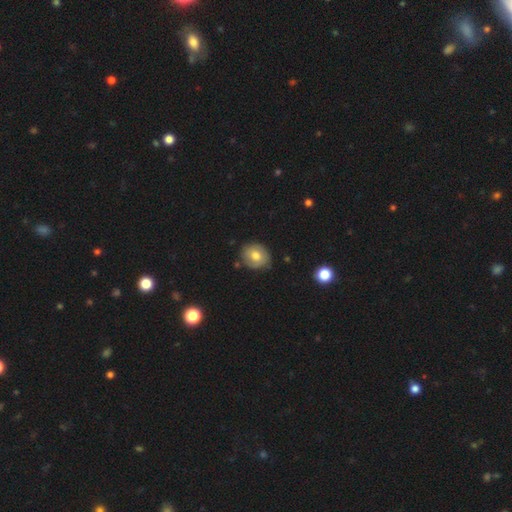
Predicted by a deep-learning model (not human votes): Smooth or featured? smooth (65%)
How rounded? round (67%)
Merging? none (76%)